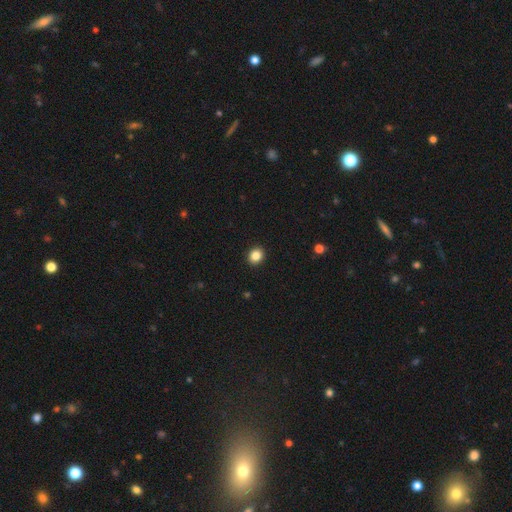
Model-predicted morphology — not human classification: This appears to be a smooth galaxy with no disk features (85%) that is round (69%). Merging: none (92%).